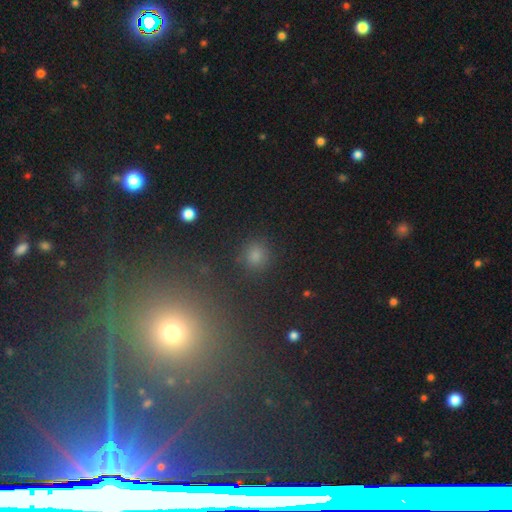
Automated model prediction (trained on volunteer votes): A smooth galaxy with no disk features (73%) that is round (89%).

Vote fractions:
- Smooth or featured? smooth: 73% / star or artifact: 21% / featured or disk: 6%
- How rounded? round: 89% / in between: 9% / cigar-shaped: 1%
- Merging? none: 88% / minor disturbance: 7% / major disturbance: 3% / merger: 2%